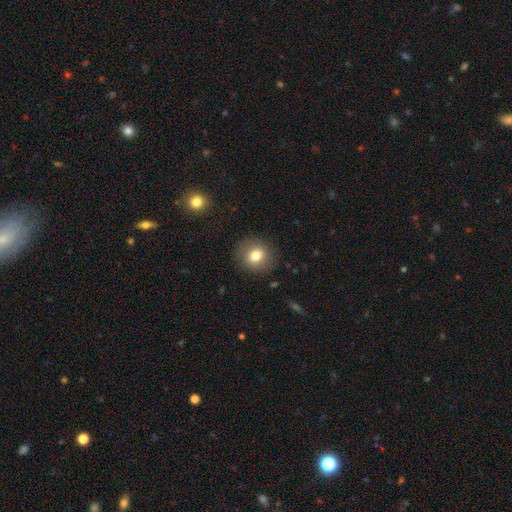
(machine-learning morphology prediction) This appears to be a smooth galaxy with no disk features (78%) that is round (79%). Merging: none (87%).